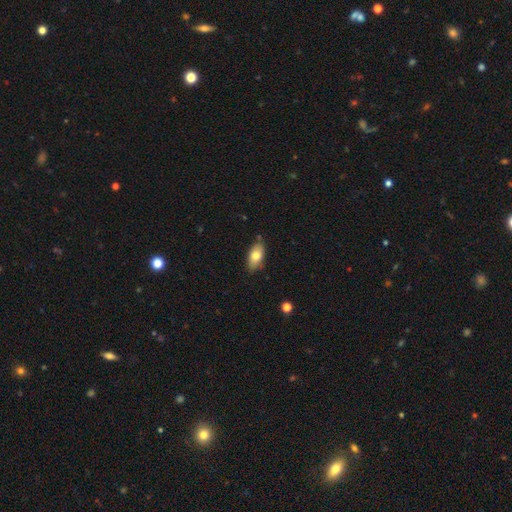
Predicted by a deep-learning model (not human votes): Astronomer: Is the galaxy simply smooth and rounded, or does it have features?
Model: smooth — 76%.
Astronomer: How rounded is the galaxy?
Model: in between — 91%.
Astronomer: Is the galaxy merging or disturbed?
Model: none — 79%.